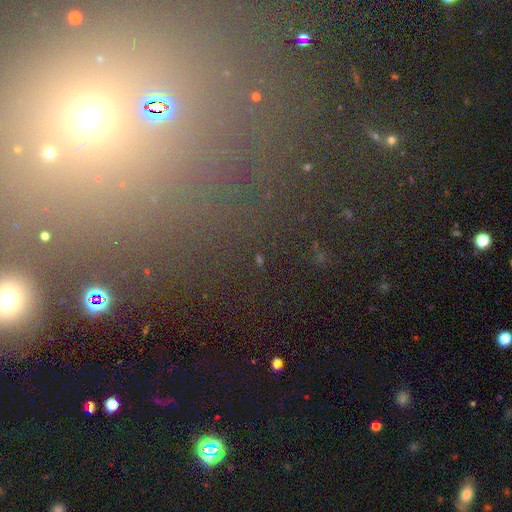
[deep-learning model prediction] Smooth or featured? Predicted: star or artifact (p=0.63).